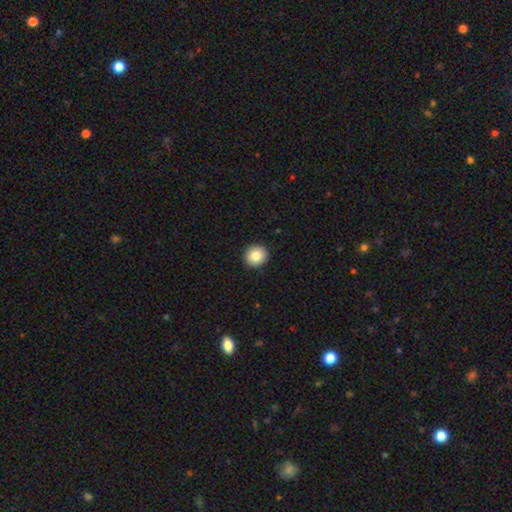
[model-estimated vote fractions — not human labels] This is clearly a smooth galaxy (84%). How rounded: clearly round (93%). Merging: clearly none (93%).